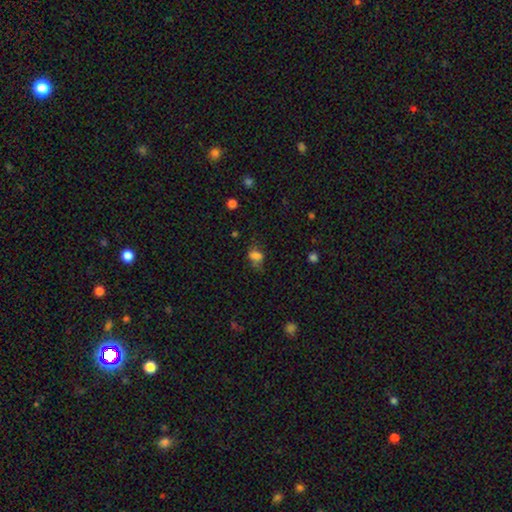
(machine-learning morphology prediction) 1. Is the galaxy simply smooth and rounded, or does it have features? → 69% smooth, 18% star or artifact, 13% featured or disk.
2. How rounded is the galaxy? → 76% in between, 20% round, 5% cigar-shaped.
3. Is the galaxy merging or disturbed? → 48% none, 27% minor disturbance, 19% major disturbance, 6% merger.